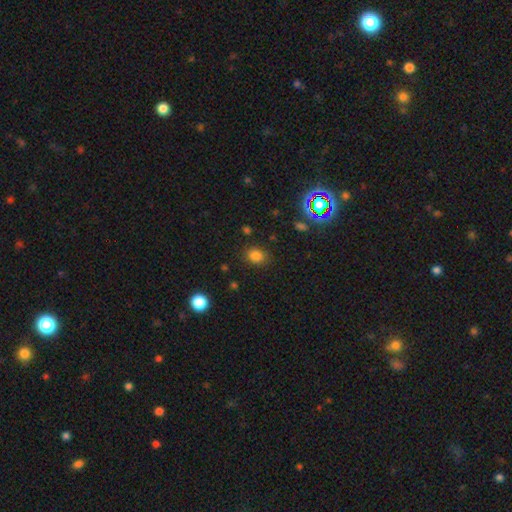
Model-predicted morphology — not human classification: Overall: smooth (78%). How rounded: round (56%; in between 43%). Merging: none (83%).